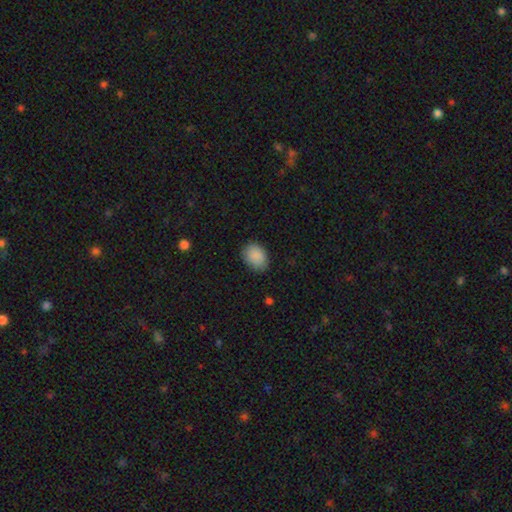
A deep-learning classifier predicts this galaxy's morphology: A smooth galaxy with no disk features (89%) that is in between round and cigar-shaped (67%). Merging: none (82%).